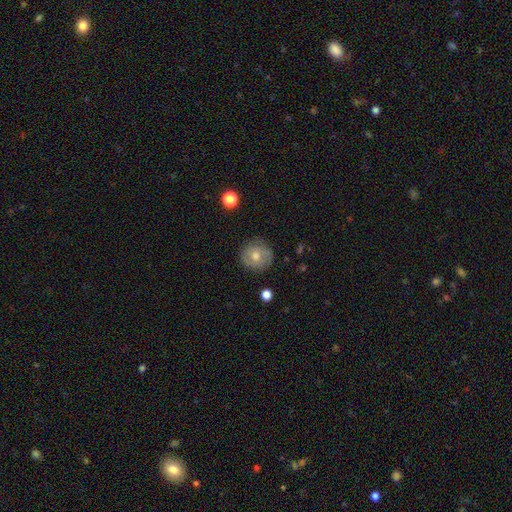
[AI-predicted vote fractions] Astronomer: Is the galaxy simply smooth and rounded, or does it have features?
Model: smooth — 57% (runner-up: featured or disk, 33%).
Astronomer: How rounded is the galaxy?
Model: round — 91%.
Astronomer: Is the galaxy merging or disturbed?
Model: none — 85%.